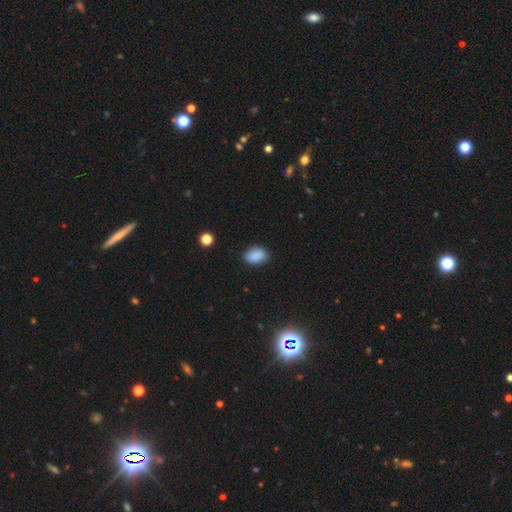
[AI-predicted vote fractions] This appears to be a smooth galaxy with no disk features (87%) that is in between round and cigar-shaped (83%). Merging: none (82%).